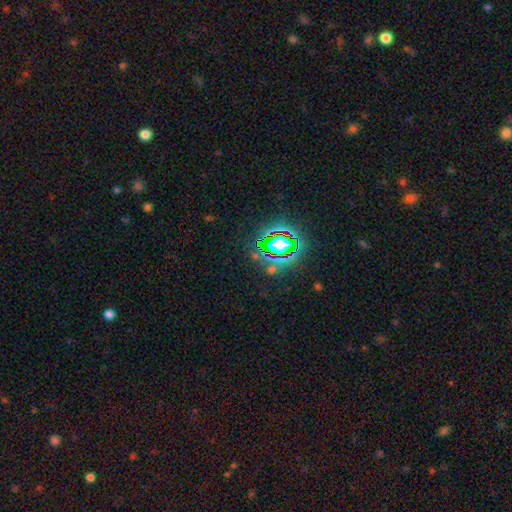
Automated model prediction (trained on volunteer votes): Smooth or featured? Predicted: star or artifact (p=0.74).